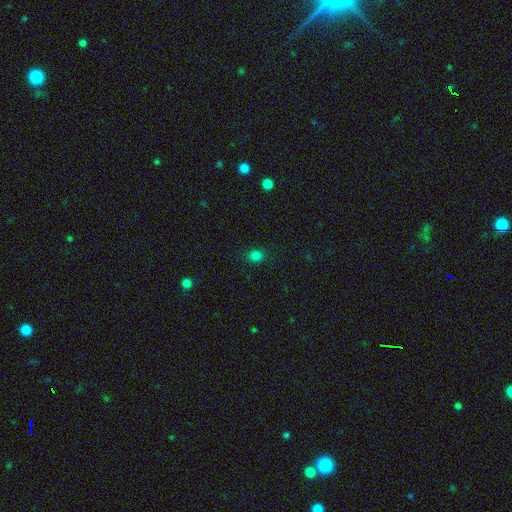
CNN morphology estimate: Smooth or featured: smooth — 80% (star or artifact — 16%)
How rounded: round — 77% (in between — 22%)
Merging: none — 87% (minor disturbance — 9%)